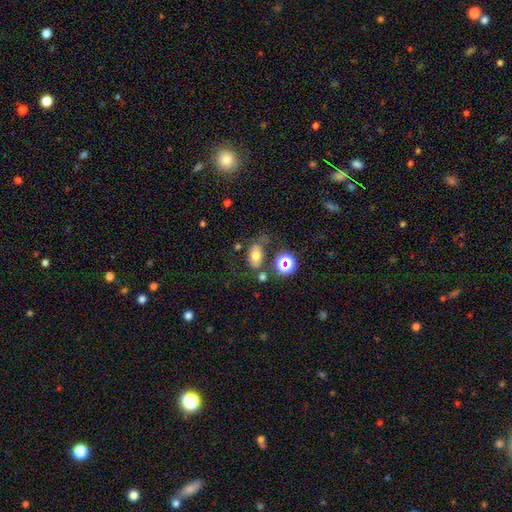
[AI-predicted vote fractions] Morphology: type=smooth (67%); roundness=in between (82%); merging=none (59%).